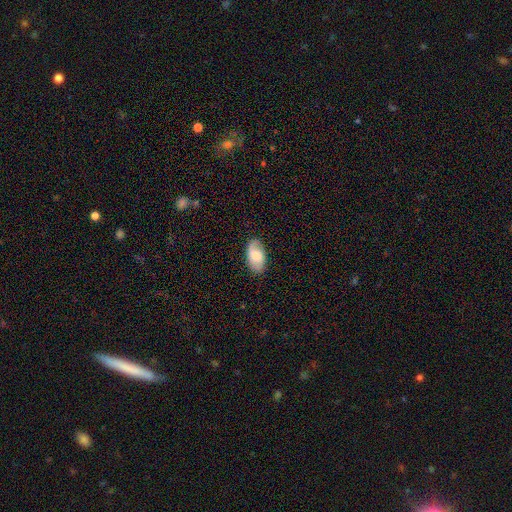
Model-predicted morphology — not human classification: Smooth or featured?
  - smooth: 60% *
  - featured or disk: 33%
  - star or artifact: 7%
How rounded?
  - in between: 94% *
  - round: 4%
  - cigar-shaped: 2%
Merging?
  - none: 76% *
  - minor disturbance: 18%
  - major disturbance: 5%
  - merger: 1%